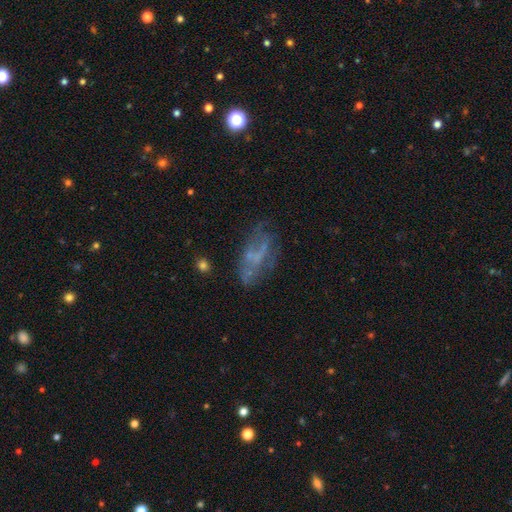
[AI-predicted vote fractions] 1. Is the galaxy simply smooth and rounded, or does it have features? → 56% featured or disk, 29% smooth, 15% star or artifact.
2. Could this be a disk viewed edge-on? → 93% no, 7% yes.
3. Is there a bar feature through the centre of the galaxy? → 75% no, 19% weak, 7% strong.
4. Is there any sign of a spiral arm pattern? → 74% no, 26% yes.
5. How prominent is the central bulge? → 65% none, 23% small, 9% moderate, 2% large, 1% dominant.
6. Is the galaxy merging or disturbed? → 44% none, 24% major disturbance, 23% minor disturbance, 9% merger.